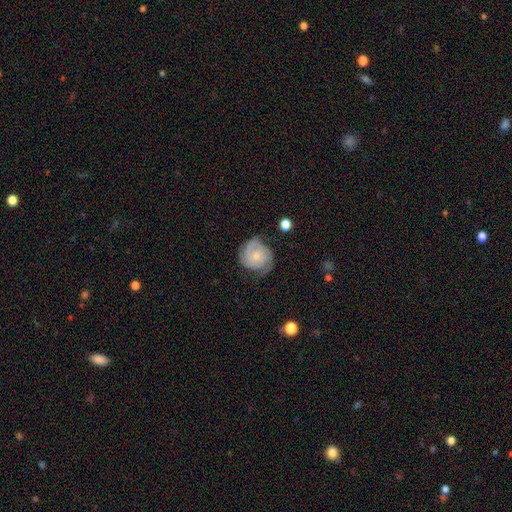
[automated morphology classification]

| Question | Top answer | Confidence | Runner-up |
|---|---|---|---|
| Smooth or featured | featured or disk | 71% | smooth (23%) |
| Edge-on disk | no | 98% | yes (2%) |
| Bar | no | 74% | weak (22%) |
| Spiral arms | yes | 93% | no (7%) |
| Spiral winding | tight | 63% | medium (29%) |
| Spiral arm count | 2 | 46% | can't tell (21%) |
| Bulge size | small | 56% | moderate (36%) |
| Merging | none | 63% | minor disturbance (26%) |